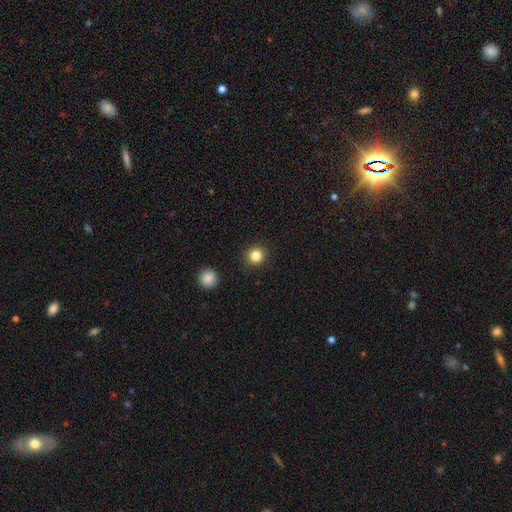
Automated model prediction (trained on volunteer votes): Q: Smooth or featured?
A: smooth (83%); runner-up: star or artifact (12%)
Q: How rounded?
A: round (93%); runner-up: in between (6%)
Q: Merging?
A: none (91%); runner-up: minor disturbance (6%)